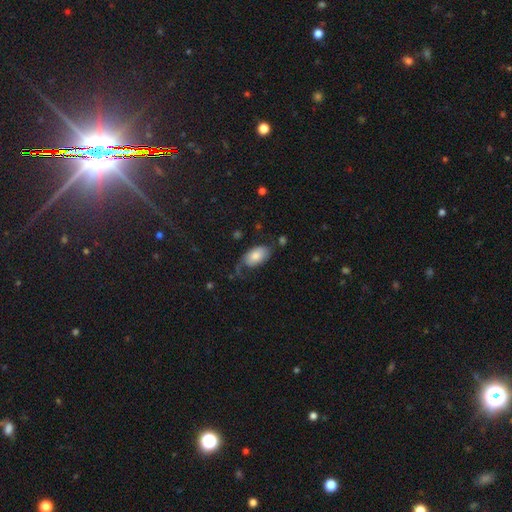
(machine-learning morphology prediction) Smooth or featured: smooth — 72% (featured or disk — 21%)
How rounded: in between — 94% (round — 4%)
Merging: none — 49% (minor disturbance — 28%)